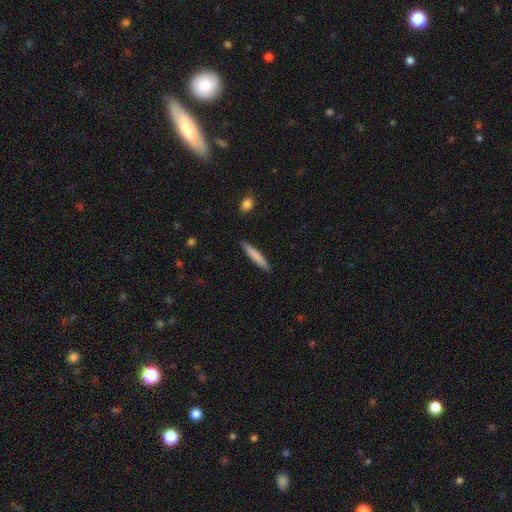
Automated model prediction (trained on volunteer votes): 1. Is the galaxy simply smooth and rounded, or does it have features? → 79% smooth, 16% featured or disk, 5% star or artifact.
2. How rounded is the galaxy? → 93% cigar-shaped, 6% in between, 1% round.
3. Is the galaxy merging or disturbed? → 90% none, 8% minor disturbance, 2% major disturbance, 1% merger.